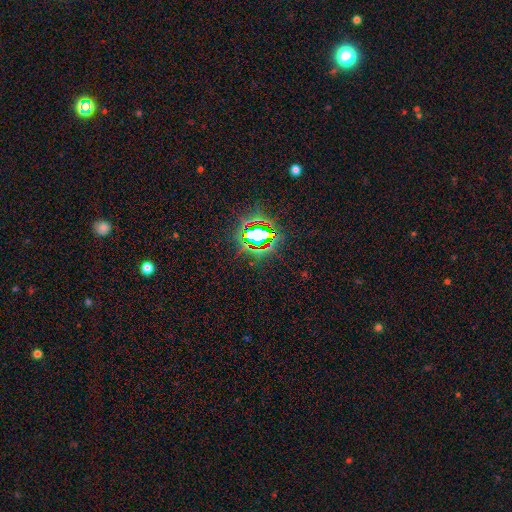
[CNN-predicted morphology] A star or artifact, not a galaxy (78%).

Vote fractions:
- Smooth or featured? star or artifact: 78% / smooth: 14% / featured or disk: 8%